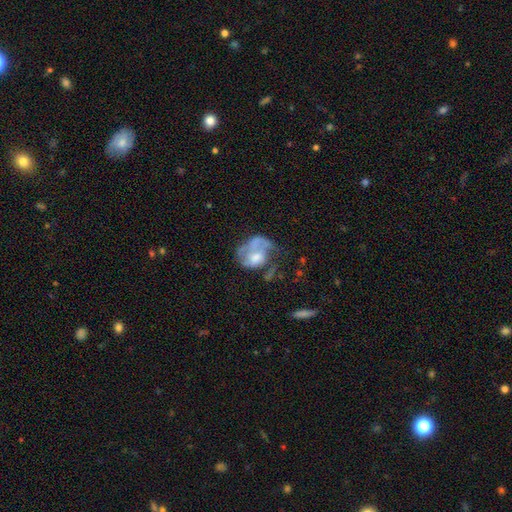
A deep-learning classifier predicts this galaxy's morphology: Smooth or featured? featured or disk (57%)
Edge-on disk? no (97%)
Bar? no (71%)
Spiral arms? yes (50%, tied with no)
Bulge size? moderate (42%)
Merging? major disturbance (42%)